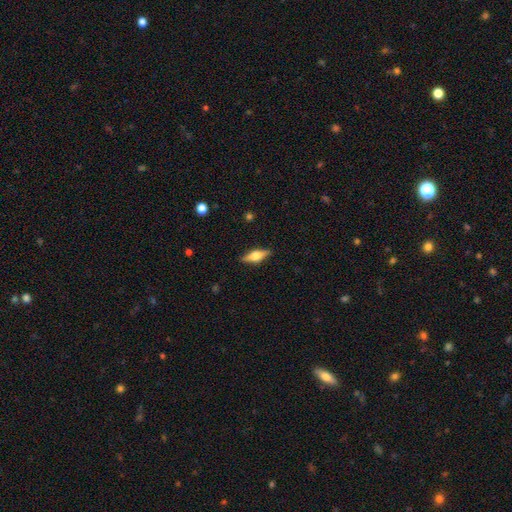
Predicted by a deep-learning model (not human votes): This is possibly a featured or disk galaxy (56%). It is clearly viewed edge-on (95%). Edge-on bulge: clearly rounded (91%). Merging: clearly none (88%).